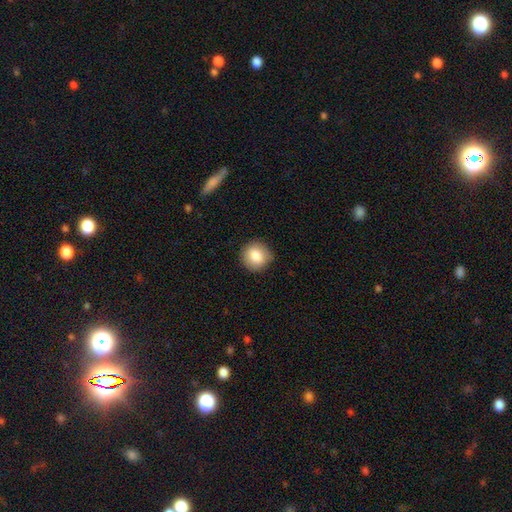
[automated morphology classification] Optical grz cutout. It shows a smooth galaxy with no disk features (84%) that is round (90%). Merging: none (86%).